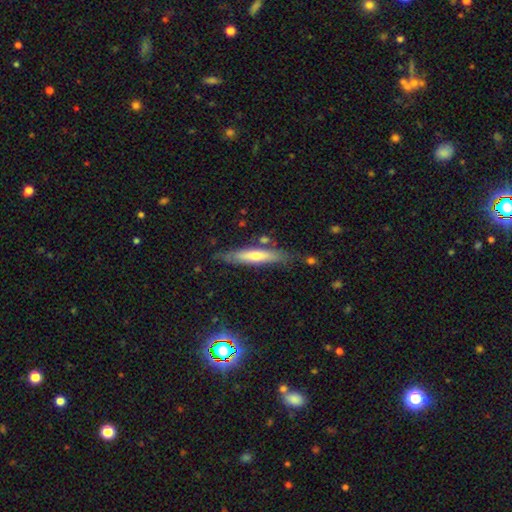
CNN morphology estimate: smooth_or_featured: smooth (p=0.47) [tied with: featured or disk p=0.47]
merging: none (p=0.76) [alt: minor disturbance p=0.16]